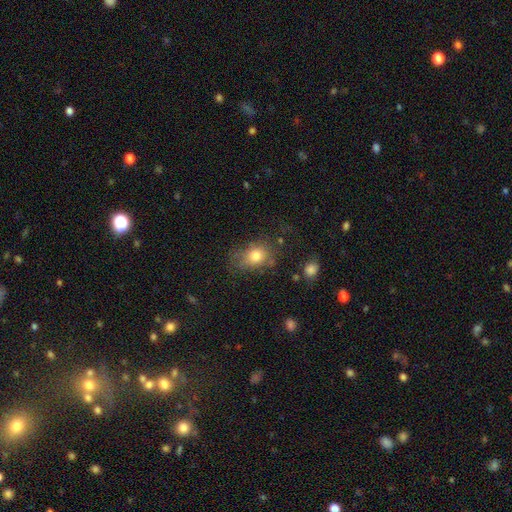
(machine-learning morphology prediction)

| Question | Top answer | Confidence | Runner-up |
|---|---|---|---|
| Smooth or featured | smooth | 77% | featured or disk (12%) |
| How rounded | in between | 61% | round (38%) |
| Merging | none | 62% | minor disturbance (23%) |